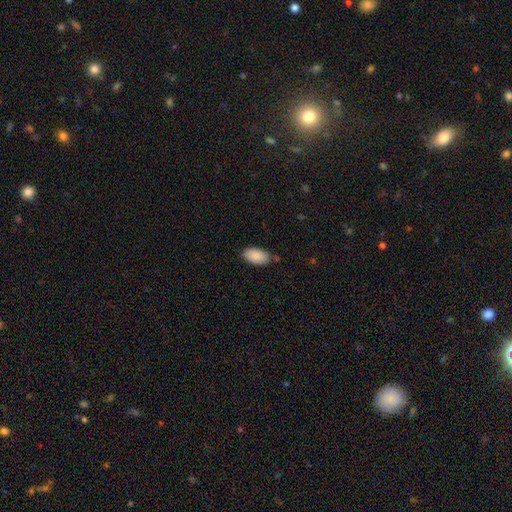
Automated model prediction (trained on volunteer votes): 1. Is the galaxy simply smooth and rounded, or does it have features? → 89% smooth, 6% star or artifact, 4% featured or disk.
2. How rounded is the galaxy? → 95% in between, 3% cigar-shaped, 3% round.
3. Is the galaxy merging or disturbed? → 75% none, 19% minor disturbance, 3% major disturbance, 3% merger.